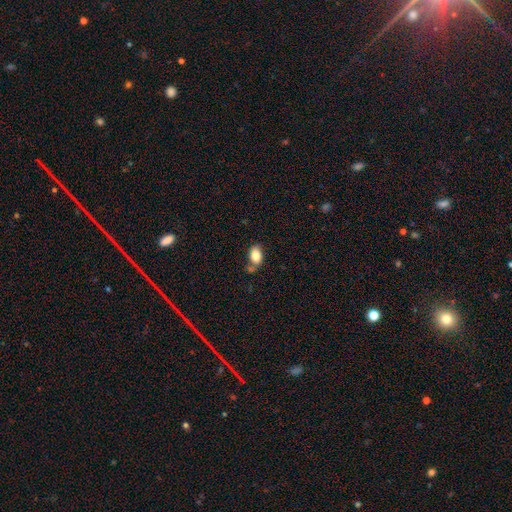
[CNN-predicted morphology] The model was most divided on "merging": none: 59%, minor disturbance: 21%, merger: 14%, major disturbance: 7%. More confident: how rounded — in between (86%); smooth or featured — smooth (81%).